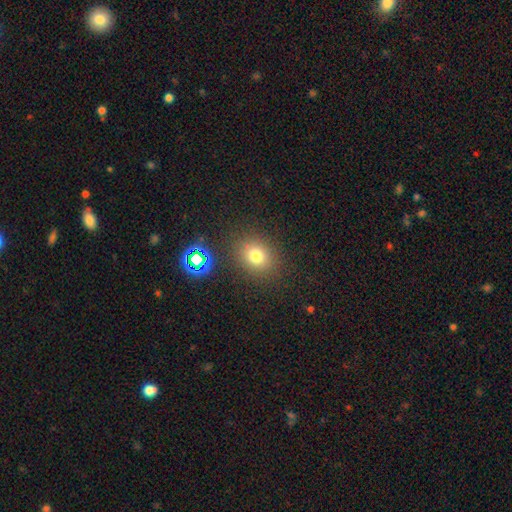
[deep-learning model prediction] Overall: smooth (74%). How rounded: round (65%; in between 34%). Merging: none (85%).